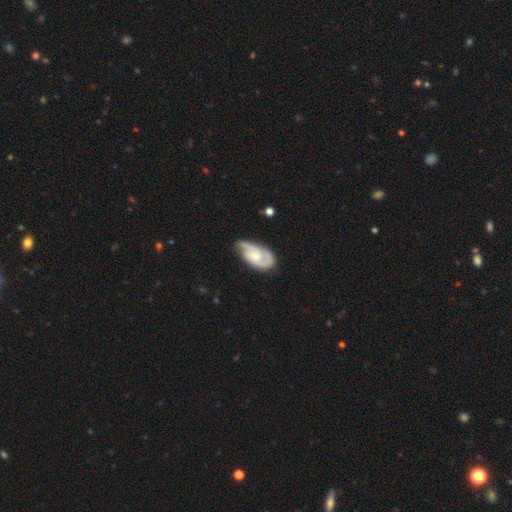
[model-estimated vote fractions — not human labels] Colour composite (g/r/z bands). It shows a featured or disk galaxy (78%) with no bar (63%), 2 (73%) medium (46%) spiral arms (94%) and a moderate central bulge (44%). Merging: none (58%).